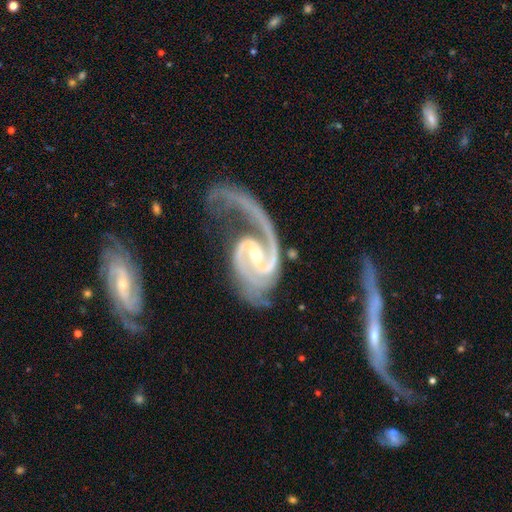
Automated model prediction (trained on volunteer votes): smooth_or_featured: featured or disk (p=0.94) [alt: star or artifact p=0.04]
disk_edge_on: no (p=0.98) [alt: yes p=0.02]
bar: weak (p=0.41) [alt: no p=0.32]
has_spiral_arms: yes (p=0.98) [alt: no p=0.02]
spiral_winding: medium (p=0.52) [alt: loose p=0.25]
spiral_arm_count: 2 (p=0.78) [alt: 1 p=0.09]
bulge_size: small (p=0.67) [alt: moderate p=0.29]
merging: major disturbance (p=0.44) [alt: none p=0.32]